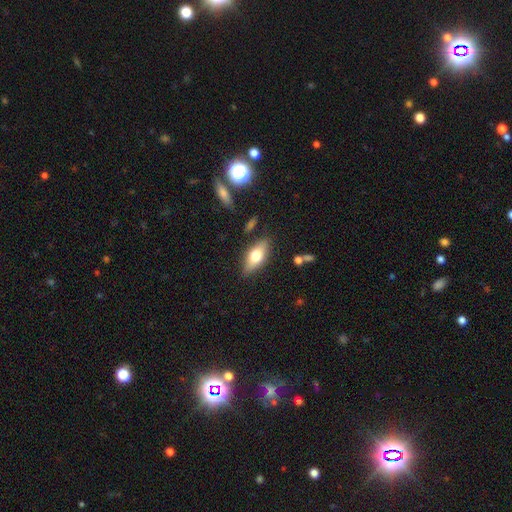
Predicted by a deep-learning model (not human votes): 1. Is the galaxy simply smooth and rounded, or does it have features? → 61% smooth, 32% featured or disk, 7% star or artifact.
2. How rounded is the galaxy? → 77% in between, 19% cigar-shaped, 4% round.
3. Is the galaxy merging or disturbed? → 83% none, 12% minor disturbance, 3% major disturbance, 2% merger.